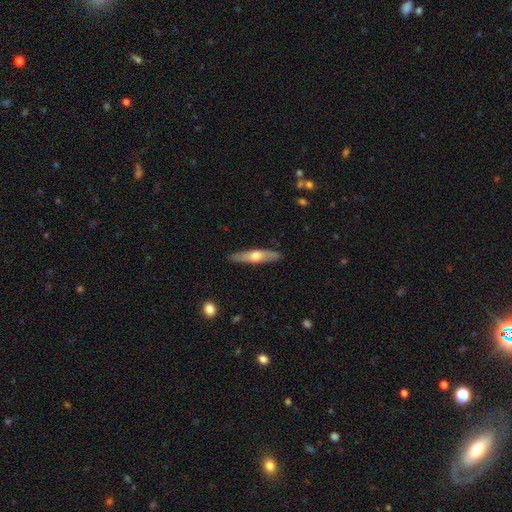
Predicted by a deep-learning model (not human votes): Q: Smooth or featured?
A: featured or disk (50%); runner-up: smooth (45%)
Q: Edge-on disk?
A: yes (87%); runner-up: no (13%)
Q: Merging?
A: none (87%); runner-up: minor disturbance (10%)